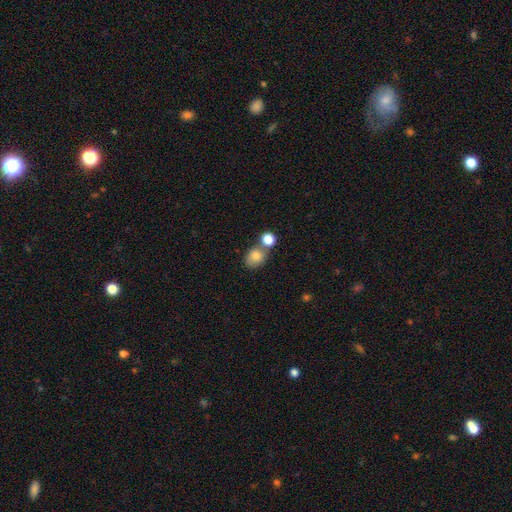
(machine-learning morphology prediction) A smooth galaxy with no disk features (80%) that is round (53%).

Vote fractions:
- Smooth or featured? smooth: 80% / star or artifact: 10% / featured or disk: 10%
- How rounded? round: 53% / in between: 45% / cigar-shaped: 1%
- Merging? none: 49% / merger: 34% / minor disturbance: 13% / major disturbance: 5%